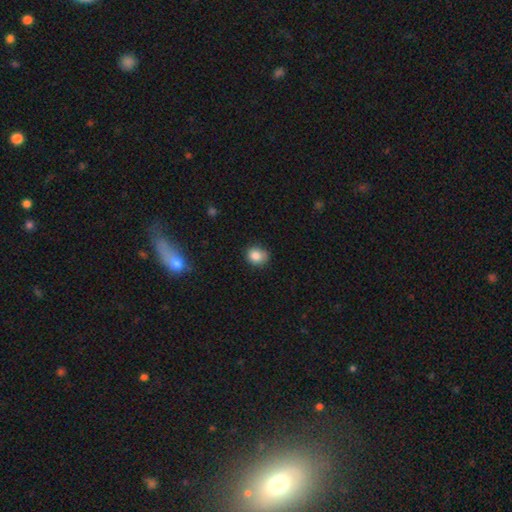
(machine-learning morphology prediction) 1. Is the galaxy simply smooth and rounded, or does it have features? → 84% smooth, 11% star or artifact, 5% featured or disk.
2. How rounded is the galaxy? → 68% round, 31% in between, 1% cigar-shaped.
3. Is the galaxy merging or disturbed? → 77% none, 18% minor disturbance, 3% major disturbance, 1% merger.